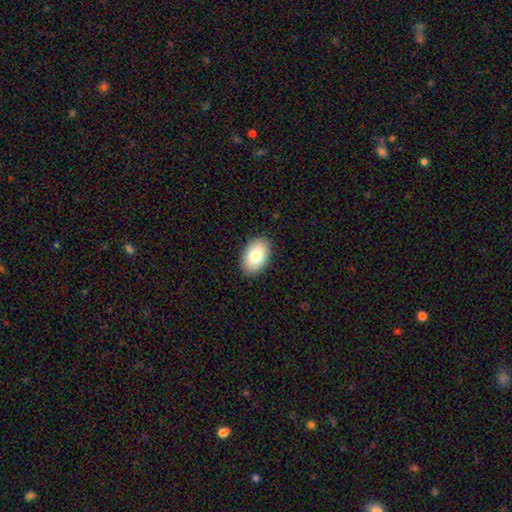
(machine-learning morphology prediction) type=smooth (81%); roundness=in between (92%); merging=none (90%).